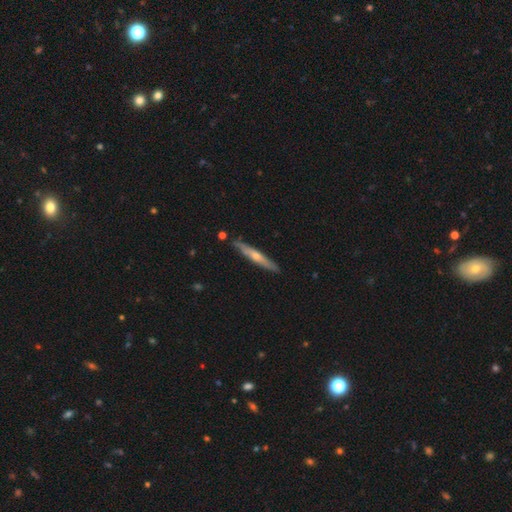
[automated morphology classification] The model was most divided on "smooth or featured": featured or disk: 60%, smooth: 35%, star or artifact: 6%. More confident: edge-on disk — yes (93%); merging — none (86%); edge-on bulge — rounded (75%).